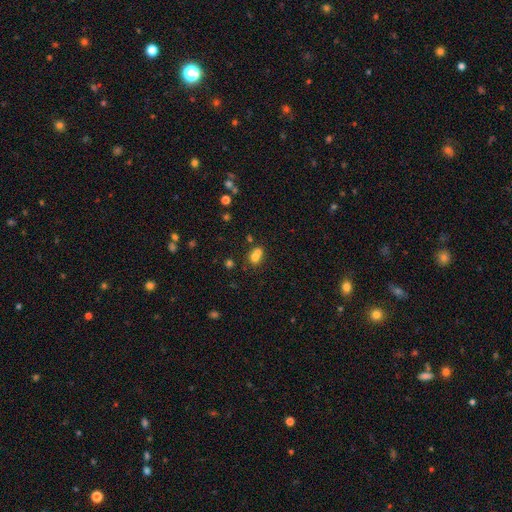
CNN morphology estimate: smooth_or_featured: smooth (p=0.70) [alt: featured or disk p=0.16]
how_rounded: round (p=0.61) [alt: in between p=0.38]
merging: merger (p=0.61) [alt: none p=0.28]